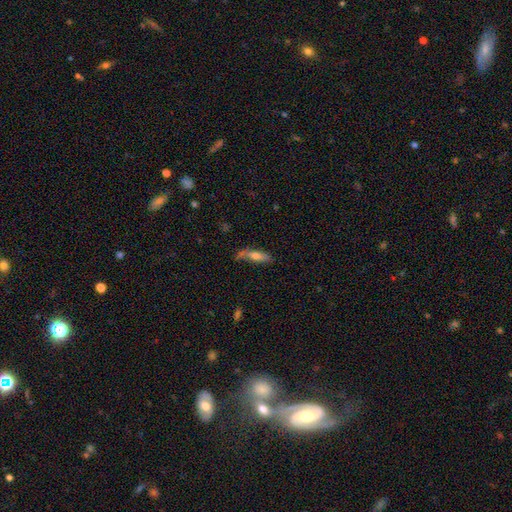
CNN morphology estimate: smooth 52%, featured or disk 39%, star or artifact 8%. Down the decision tree: how rounded — cigar-shaped (69%); merging — none (57%).